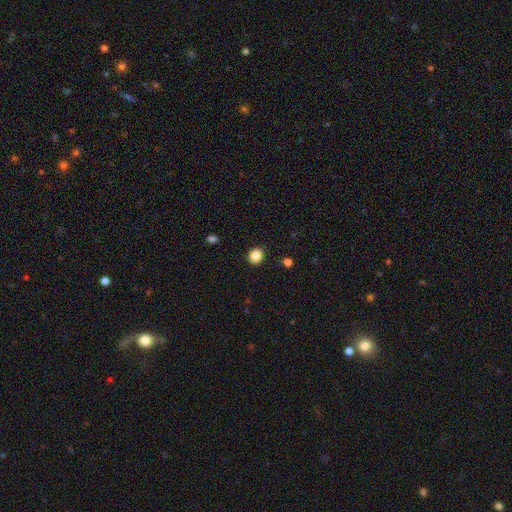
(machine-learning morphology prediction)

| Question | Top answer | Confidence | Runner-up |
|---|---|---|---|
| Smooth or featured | smooth | 86% | star or artifact (10%) |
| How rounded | round | 82% | in between (17%) |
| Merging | none | 92% | minor disturbance (5%) |